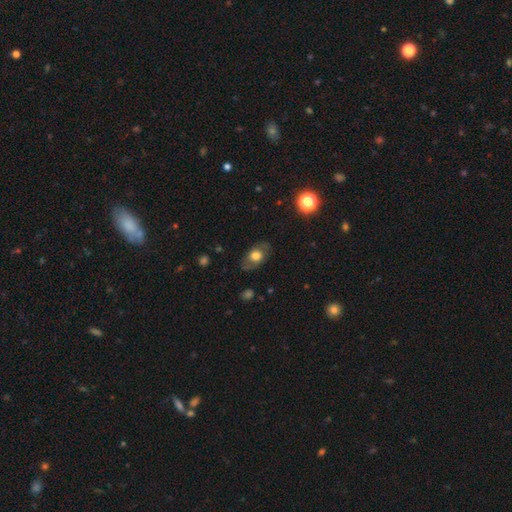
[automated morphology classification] This appears to be a smooth galaxy with no disk features (54%) that is in between round and cigar-shaped (76%). Merging: none (76%).